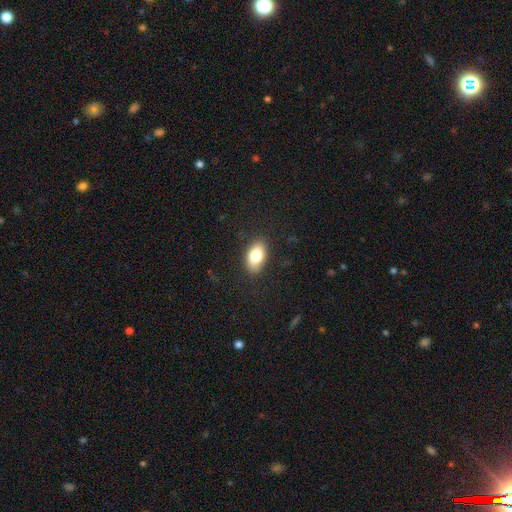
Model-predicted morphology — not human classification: A smooth galaxy with no disk features (80%) that is in between round and cigar-shaped (91%). Merging: none (85%).